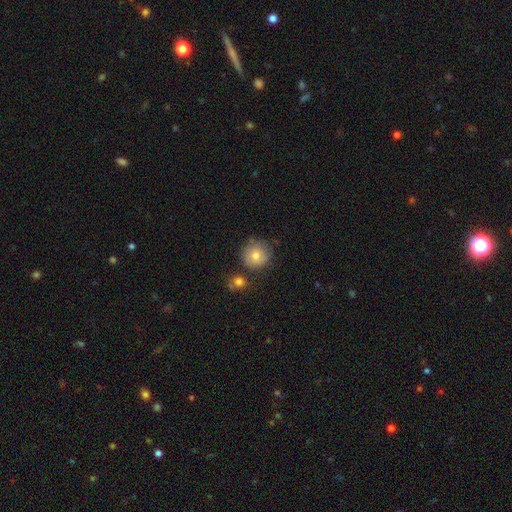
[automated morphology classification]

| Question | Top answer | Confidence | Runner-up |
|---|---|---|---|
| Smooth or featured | smooth | 76% | featured or disk (15%) |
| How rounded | round | 92% | in between (7%) |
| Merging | none | 70% | minor disturbance (17%) |